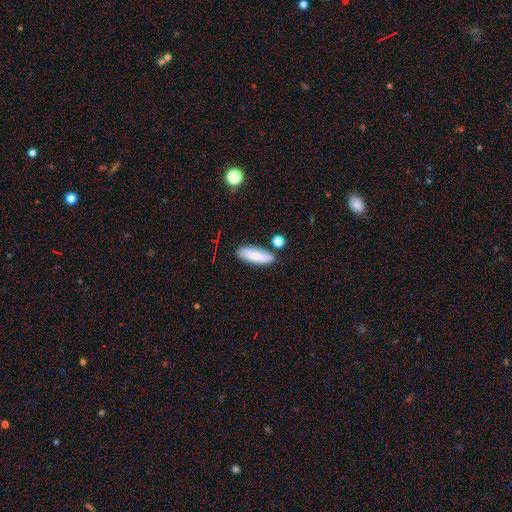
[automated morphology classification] Smooth or featured? smooth (79%)
How rounded? in between (59%)
Merging? none (81%)